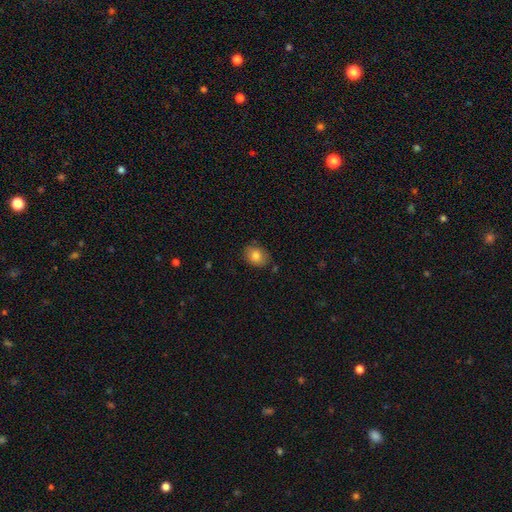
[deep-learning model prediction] Q: Smooth or featured?
A: smooth (81%); runner-up: featured or disk (10%)
Q: How rounded?
A: in between (52%); runner-up: round (48%)
Q: Merging?
A: none (79%); runner-up: minor disturbance (16%)